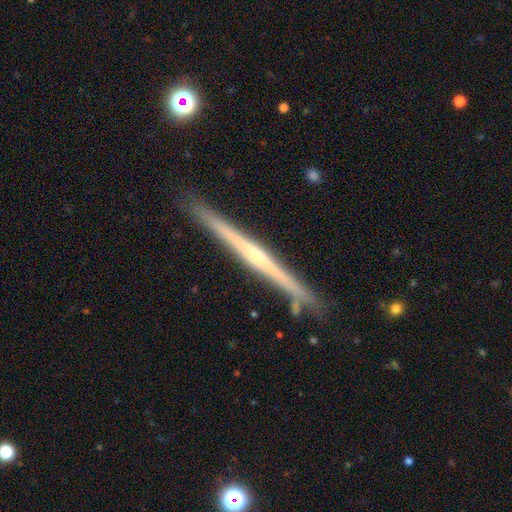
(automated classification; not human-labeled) smooth_or_featured: featured or disk (p=0.79) [alt: smooth p=0.15]
disk_edge_on: yes (p=0.98) [alt: no p=0.02]
edge_on_bulge: rounded (p=0.60) [alt: none p=0.35]
merging: none (p=0.90) [alt: minor disturbance p=0.07]